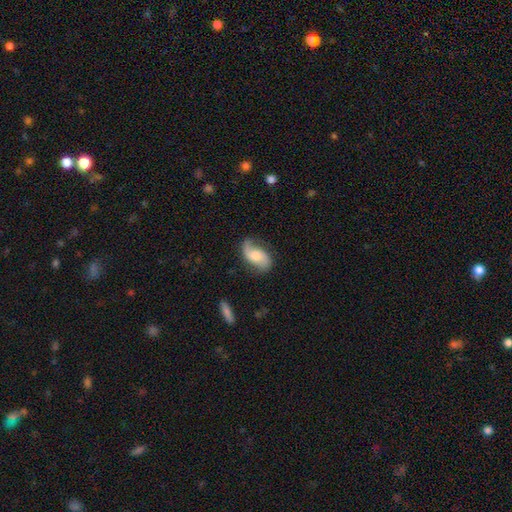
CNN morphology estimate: A featured or disk galaxy (70%) with no bar (59%), 2 (82%) loose (58%) spiral arms (94%) and a moderate central bulge (56%). Merging: none (67%).